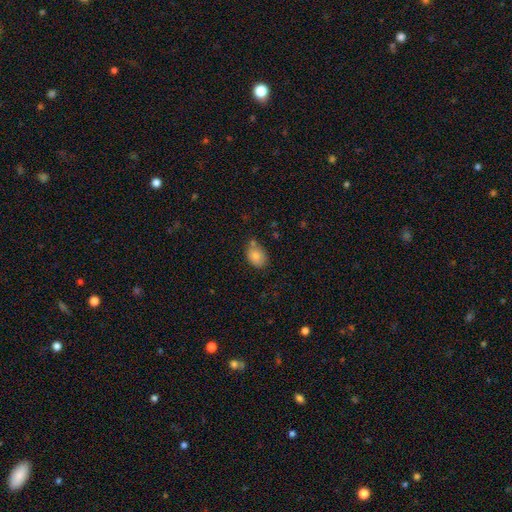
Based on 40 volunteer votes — Volunteers were most divided on "merging": none: 62%, minor disturbance: 25%, merger: 8%, major disturbance: 5%. More confident: smooth or featured — smooth (90%); how rounded — in between (69%).